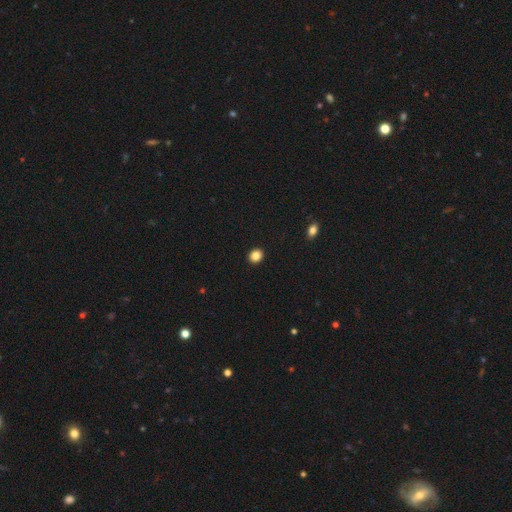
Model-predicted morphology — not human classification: A smooth galaxy with no disk features (85%) that is round (76%).

Vote fractions:
- Smooth or featured? smooth: 85% / star or artifact: 10% / featured or disk: 4%
- How rounded? round: 76% / in between: 23% / cigar-shaped: 1%
- Merging? none: 93% / minor disturbance: 5% / major disturbance: 1% / merger: 1%